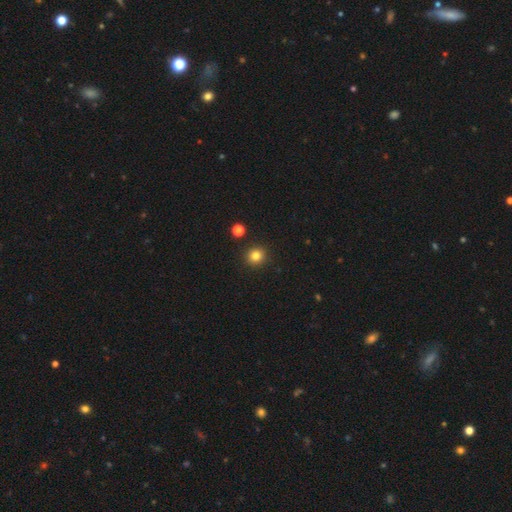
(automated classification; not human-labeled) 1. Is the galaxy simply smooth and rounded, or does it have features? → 82% smooth, 13% star or artifact, 5% featured or disk.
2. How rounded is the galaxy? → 91% round, 8% in between, 1% cigar-shaped.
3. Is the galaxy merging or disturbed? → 91% none, 5% minor disturbance, 2% merger, 2% major disturbance.